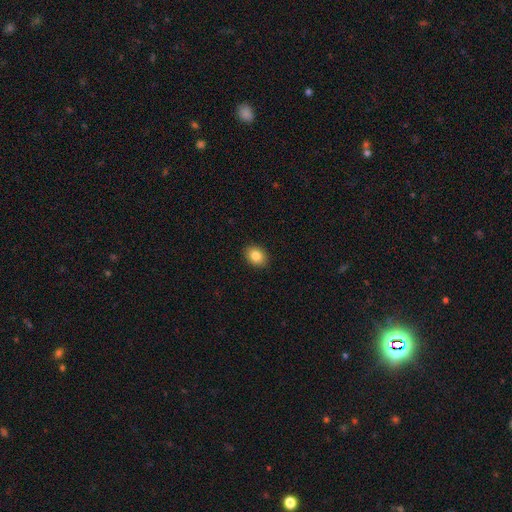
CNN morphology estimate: Q: Smooth or featured?
A: smooth (85%); runner-up: star or artifact (8%)
Q: How rounded?
A: in between (69%); runner-up: round (30%)
Q: Merging?
A: none (90%); runner-up: minor disturbance (7%)